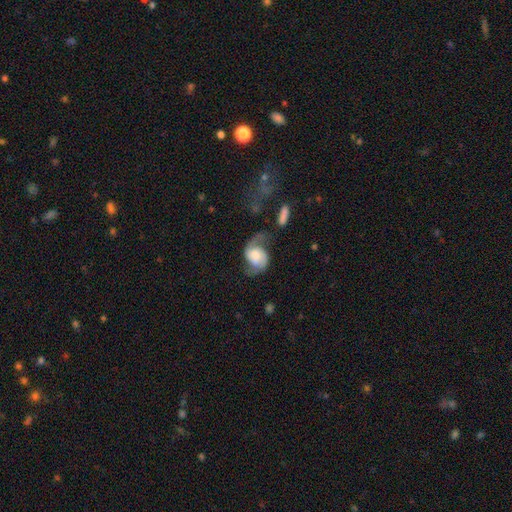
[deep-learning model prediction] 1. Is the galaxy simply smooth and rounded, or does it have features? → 69% featured or disk, 25% smooth, 7% star or artifact.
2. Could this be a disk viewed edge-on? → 97% no, 3% yes.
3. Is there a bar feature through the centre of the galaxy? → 60% no, 32% weak, 8% strong.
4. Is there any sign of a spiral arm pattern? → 91% yes, 9% no.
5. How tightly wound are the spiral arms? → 50% loose, 37% medium, 13% tight.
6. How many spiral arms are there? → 82% 2, 10% 1, 4% can't tell, 1% 3, 1% 4, 1% more than 4.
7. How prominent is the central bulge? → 33% moderate, 25% small, 23% large, 14% none, 6% dominant.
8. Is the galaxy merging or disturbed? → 38% none, 31% major disturbance, 23% minor disturbance, 8% merger.